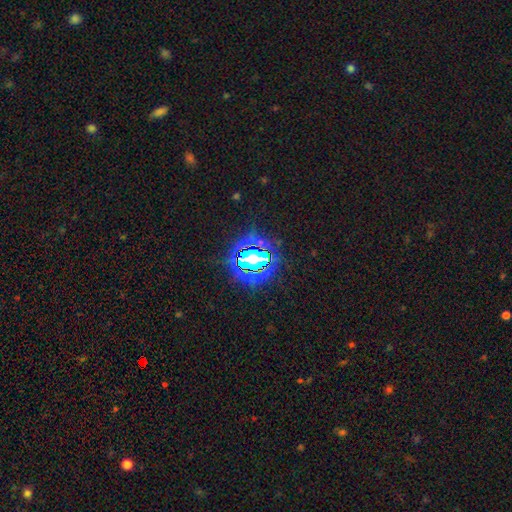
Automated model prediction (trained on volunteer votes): The model was most divided on "smooth or featured": star or artifact: 82%, smooth: 11%, featured or disk: 7%.